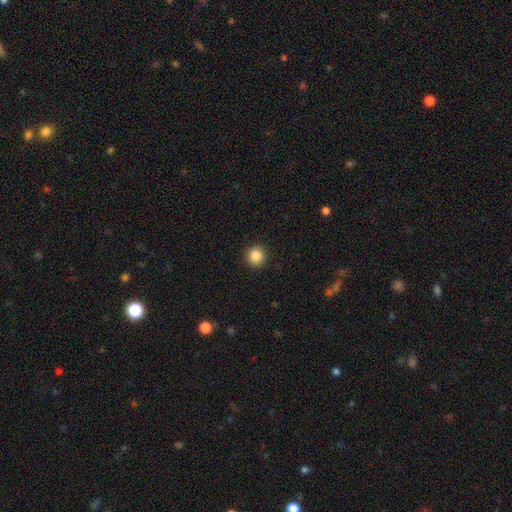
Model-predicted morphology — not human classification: smooth_or_featured: smooth (p=0.86) [alt: star or artifact p=0.10]
how_rounded: round (p=0.94) [alt: in between p=0.05]
merging: none (p=0.93) [alt: minor disturbance p=0.05]